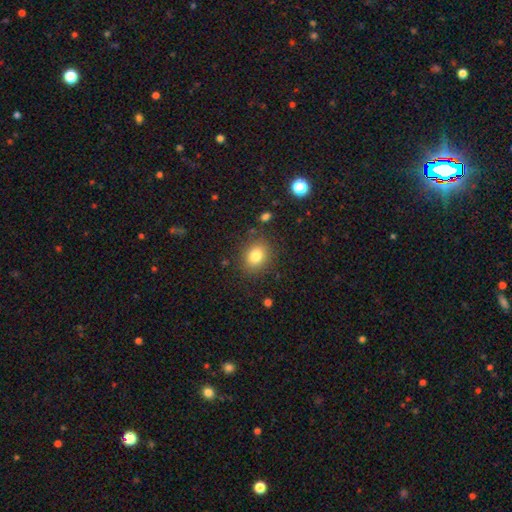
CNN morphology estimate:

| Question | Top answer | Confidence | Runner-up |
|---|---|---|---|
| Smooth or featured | smooth | 80% | star or artifact (11%) |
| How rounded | round | 55% | in between (44%) |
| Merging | none | 84% | minor disturbance (10%) |